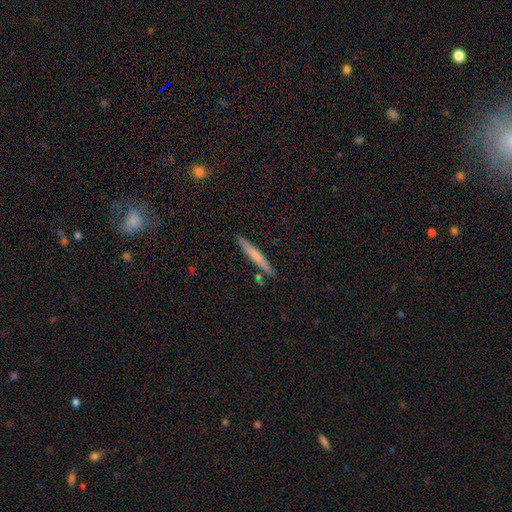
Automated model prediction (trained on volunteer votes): The model was most divided on "smooth or featured": smooth: 63%, featured or disk: 31%, star or artifact: 6%. More confident: how rounded — cigar-shaped (95%); merging — none (87%).